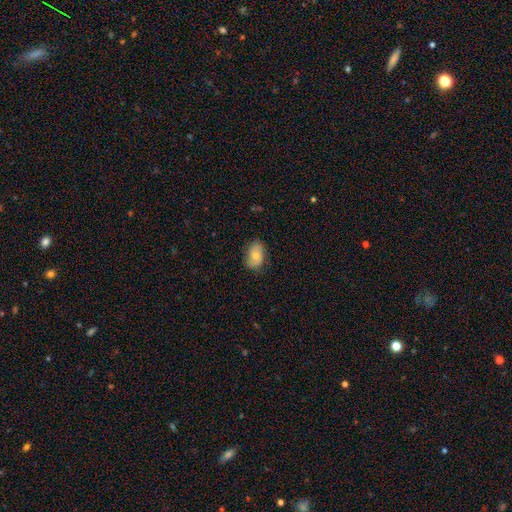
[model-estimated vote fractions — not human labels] smooth 61%, featured or disk 31%, star or artifact 7%. Down the decision tree: how rounded — in between (83%); merging — none (77%).